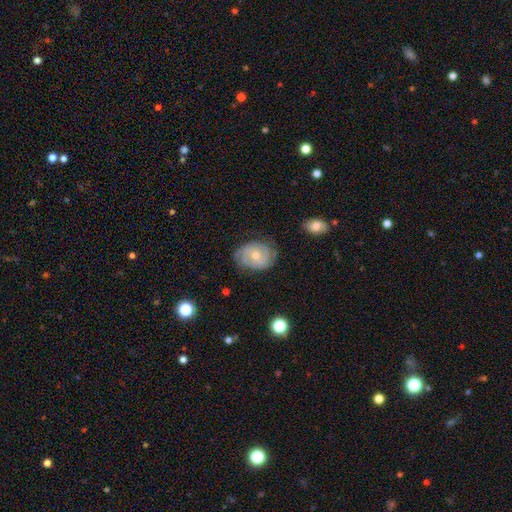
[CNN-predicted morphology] Q: Smooth or featured?
A: featured or disk (80%); runner-up: smooth (14%)
Q: Edge-on disk?
A: no (97%); runner-up: yes (3%)
Q: Bar?
A: no (70%); runner-up: weak (26%)
Q: Spiral arms?
A: yes (94%); runner-up: no (6%)
Q: Spiral winding?
A: tight (66%); runner-up: medium (28%)
Q: Spiral arm count?
A: 2 (60%); runner-up: can't tell (17%)
Q: Bulge size?
A: moderate (52%); runner-up: small (45%)
Q: Merging?
A: none (77%); runner-up: minor disturbance (17%)